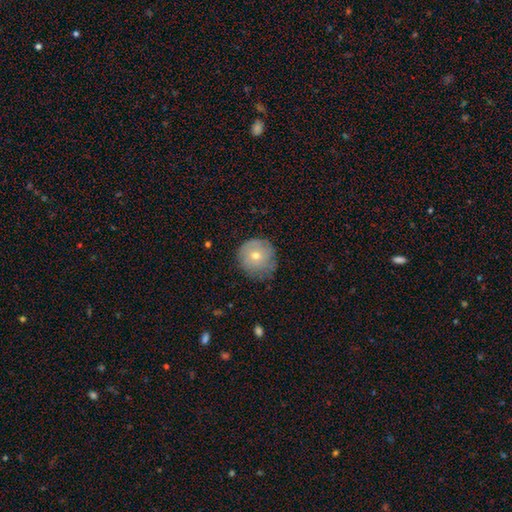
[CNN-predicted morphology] This appears to be a smooth galaxy with no disk features (64%) that is round (92%). Merging: none (71%).